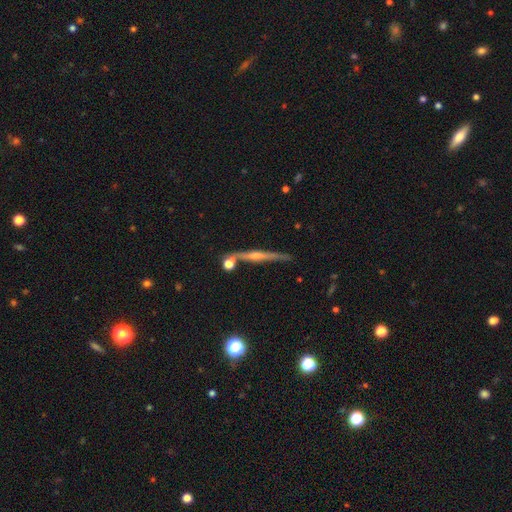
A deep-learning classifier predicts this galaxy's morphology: Q: Smooth or featured?
A: featured or disk (76%); runner-up: smooth (16%)
Q: Edge-on disk?
A: yes (97%); runner-up: no (3%)
Q: Edge-on bulge?
A: rounded (76%); runner-up: none (15%)
Q: Merging?
A: none (75%); runner-up: minor disturbance (12%)